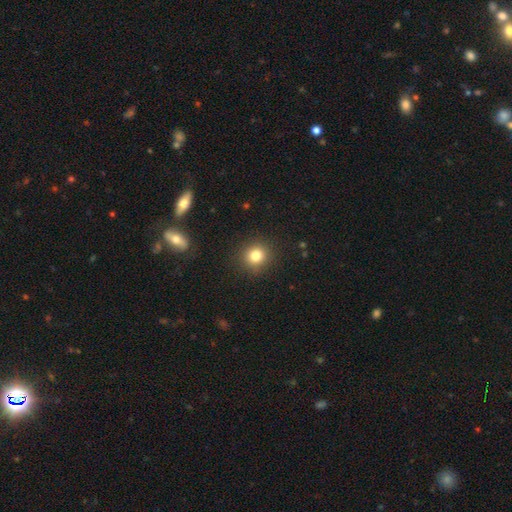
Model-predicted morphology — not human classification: The model was most divided on "smooth or featured": smooth: 81%, star or artifact: 12%, featured or disk: 6%. More confident: merging — none (89%); how rounded — round (88%).